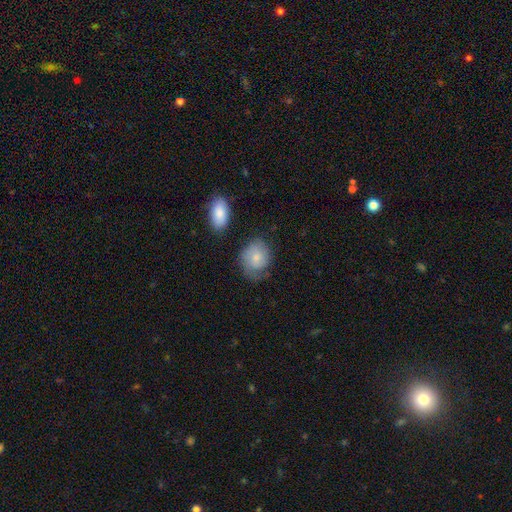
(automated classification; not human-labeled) Q: Smooth or featured?
A: smooth (73%); runner-up: featured or disk (20%)
Q: How rounded?
A: round (57%); runner-up: in between (42%)
Q: Merging?
A: none (55%); runner-up: minor disturbance (29%)